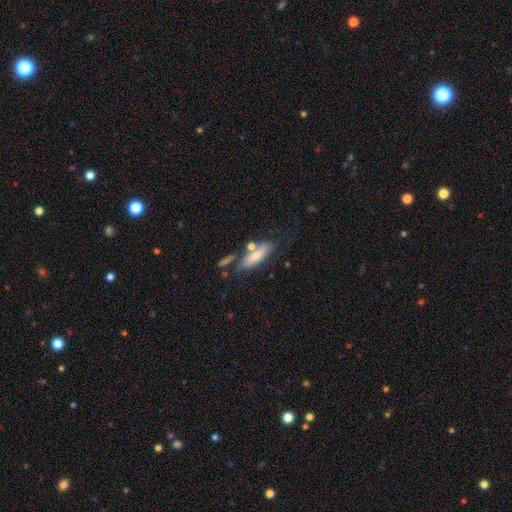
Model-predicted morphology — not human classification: Overall: smooth (66%; featured or disk 27%). How rounded: in between (56%; cigar-shaped 41%). Merging: none (55%; minor disturbance 19%).